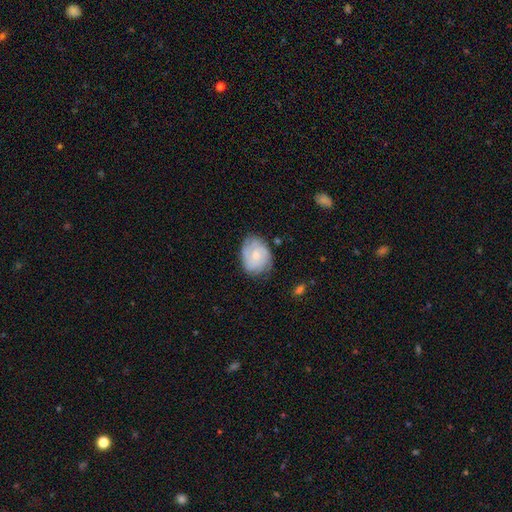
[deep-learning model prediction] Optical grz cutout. It shows a featured or disk galaxy (64%) with no bar (64%), tight (59%) spiral arms (88%) and a small central bulge (49%). Merging: none (70%).